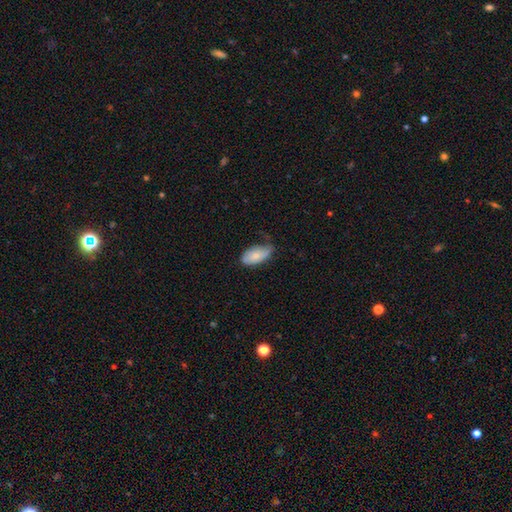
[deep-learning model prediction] This is likely a smooth galaxy (75%). How rounded: clearly in between (94%). Merging: possibly none (47%).